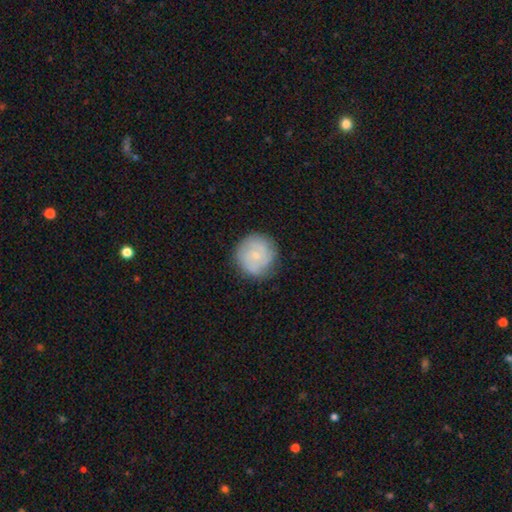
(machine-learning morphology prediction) type=featured or disk (49%); merging=none (83%).